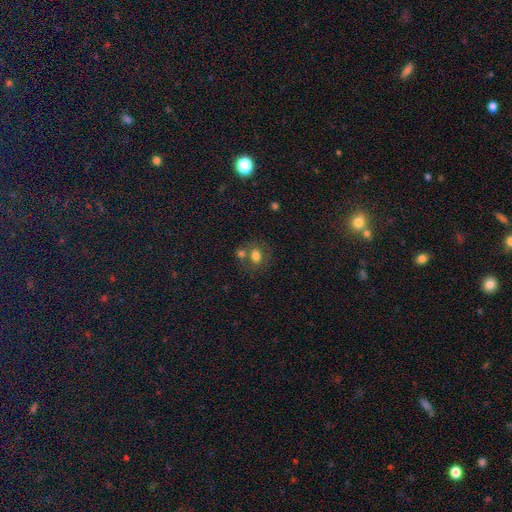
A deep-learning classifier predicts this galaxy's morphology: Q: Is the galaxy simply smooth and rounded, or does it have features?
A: smooth — 72%.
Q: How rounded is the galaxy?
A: in between — 54%.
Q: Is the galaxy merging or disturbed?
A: none — 47%.